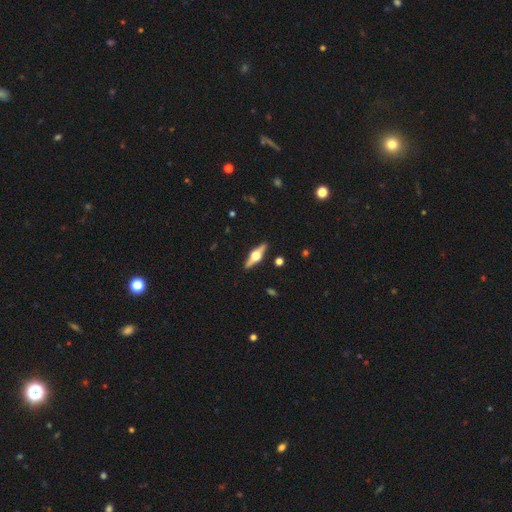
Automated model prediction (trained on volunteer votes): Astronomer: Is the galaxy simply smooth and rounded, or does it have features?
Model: featured or disk — 74%.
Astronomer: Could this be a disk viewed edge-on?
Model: yes — 97%.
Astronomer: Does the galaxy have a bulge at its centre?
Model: rounded — 95%.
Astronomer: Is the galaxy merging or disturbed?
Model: none — 90%.